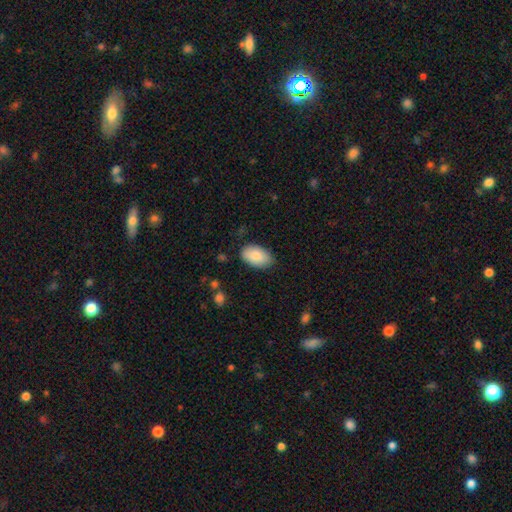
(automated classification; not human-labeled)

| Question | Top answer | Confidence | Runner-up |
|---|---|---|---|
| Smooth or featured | smooth | 85% | featured or disk (9%) |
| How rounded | in between | 94% | round (5%) |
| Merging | none | 81% | minor disturbance (15%) |